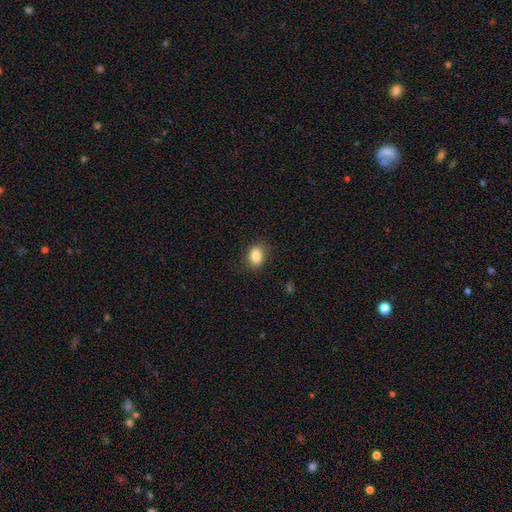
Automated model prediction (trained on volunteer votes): Smooth or featured: smooth — 86% (star or artifact — 9%)
How rounded: in between — 74% (round — 25%)
Merging: none — 84% (minor disturbance — 12%)